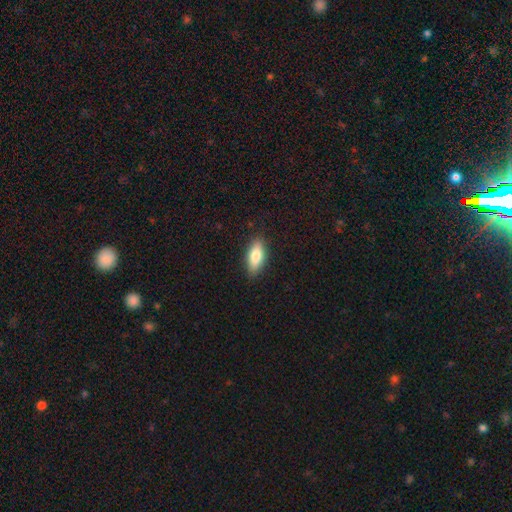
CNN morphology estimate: smooth 78%, featured or disk 15%, star or artifact 7%. Down the decision tree: how rounded — in between (79%); merging — none (86%).